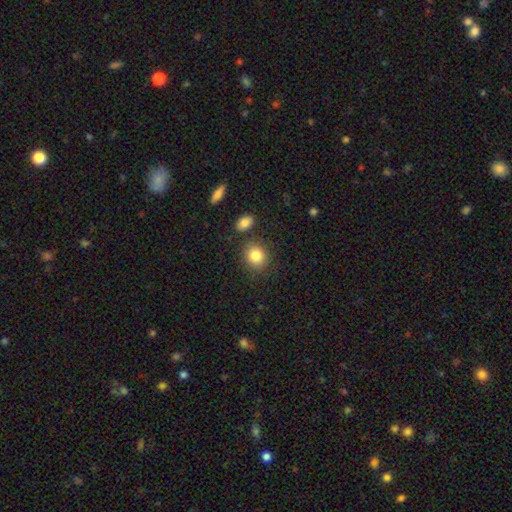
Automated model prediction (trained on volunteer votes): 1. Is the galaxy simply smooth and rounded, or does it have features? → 85% smooth, 9% star or artifact, 6% featured or disk.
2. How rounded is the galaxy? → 77% round, 22% in between, 1% cigar-shaped.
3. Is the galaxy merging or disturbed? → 80% none, 10% minor disturbance, 7% merger, 3% major disturbance.